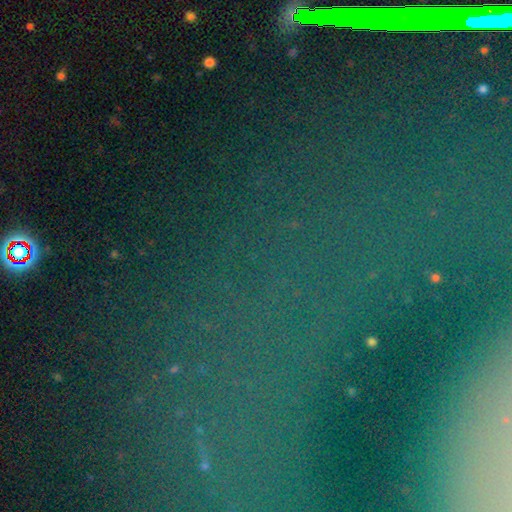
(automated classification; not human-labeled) star or artifact 74%, featured or disk 13%, smooth 13%.